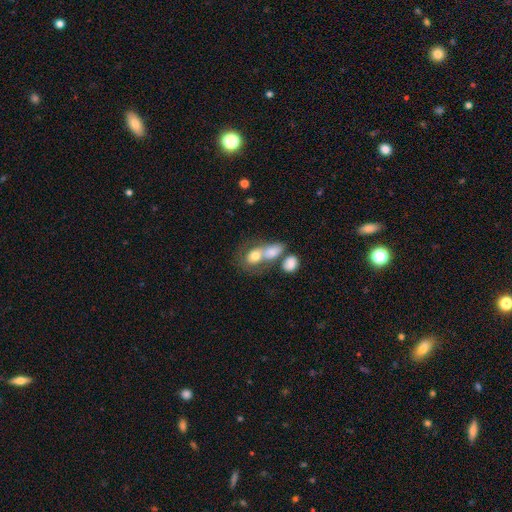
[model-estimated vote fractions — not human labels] Overall: smooth (69%). How rounded: in between (66%; round 32%). Merging: merger (56%; none 25%).